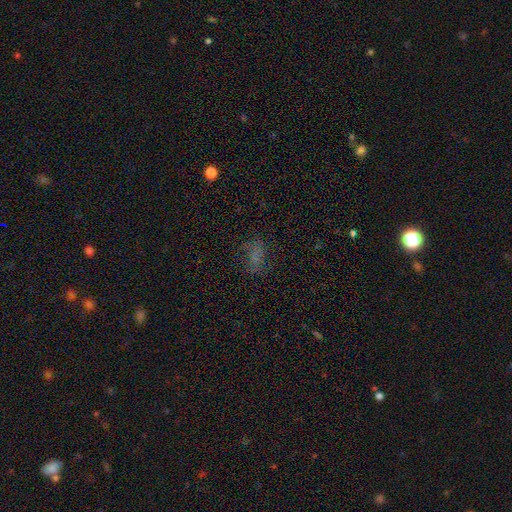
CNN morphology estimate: The model was most divided on "smooth or featured": smooth: 53%, star or artifact: 27%, featured or disk: 21%. More confident: how rounded — in between (76%); merging — none (59%).